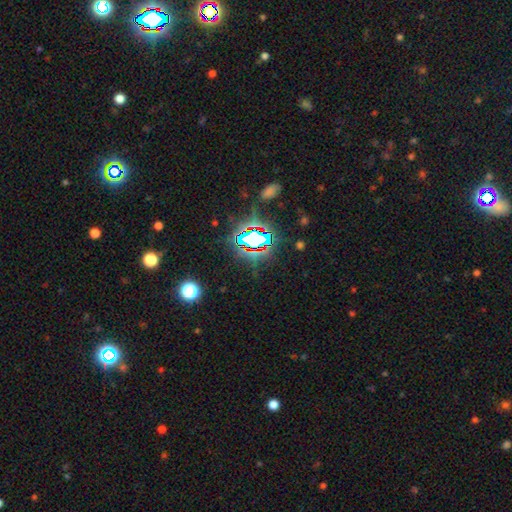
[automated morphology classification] Smooth or featured? star or artifact (82%)